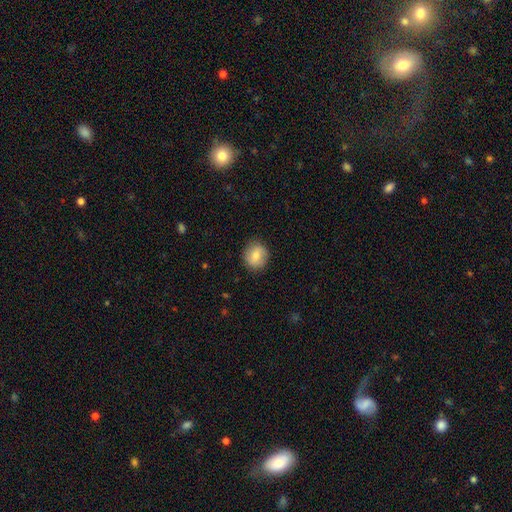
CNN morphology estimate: This is likely a smooth galaxy (76%). How rounded: clearly round (81%). Merging: clearly none (85%).